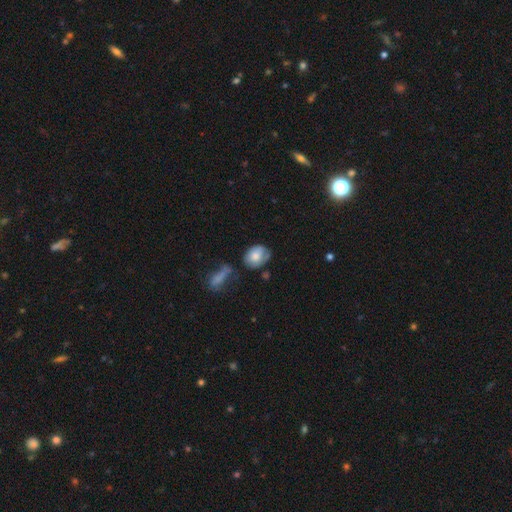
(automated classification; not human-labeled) Q: Smooth or featured?
A: smooth (74%); runner-up: featured or disk (19%)
Q: How rounded?
A: in between (70%); runner-up: round (28%)
Q: Merging?
A: none (46%); runner-up: minor disturbance (31%)